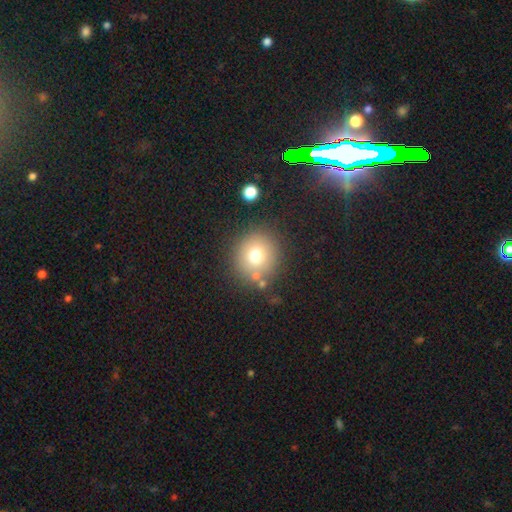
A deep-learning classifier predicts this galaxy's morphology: smooth 74%, star or artifact 13%, featured or disk 13%. Down the decision tree: how rounded — round (90%); merging — none (80%).